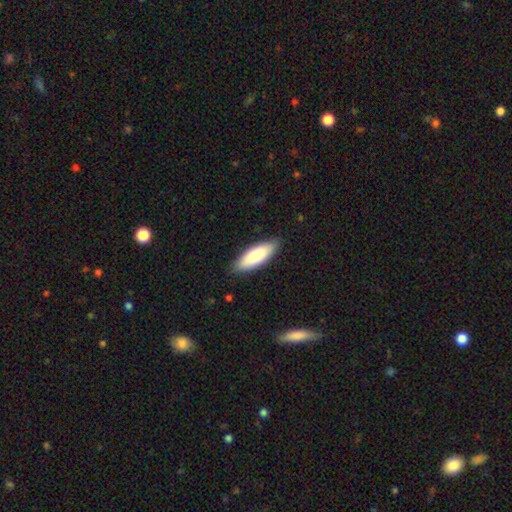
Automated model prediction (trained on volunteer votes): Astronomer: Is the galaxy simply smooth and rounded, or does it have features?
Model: smooth — 84%.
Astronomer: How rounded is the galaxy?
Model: in between — 65%.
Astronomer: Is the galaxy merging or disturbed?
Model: none — 86%.